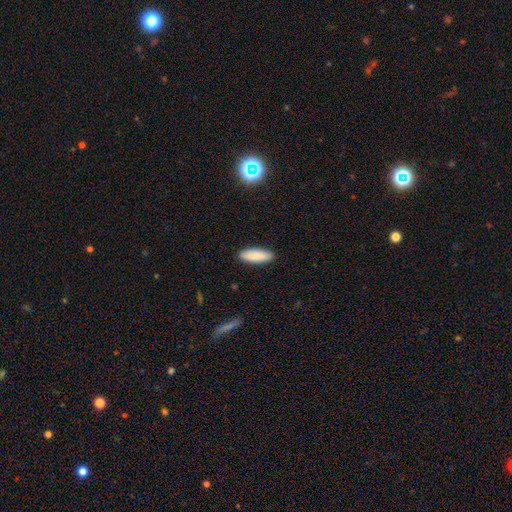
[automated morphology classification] Q: Smooth or featured?
A: smooth (88%); runner-up: featured or disk (7%)
Q: How rounded?
A: in between (62%); runner-up: cigar-shaped (36%)
Q: Merging?
A: none (90%); runner-up: minor disturbance (7%)